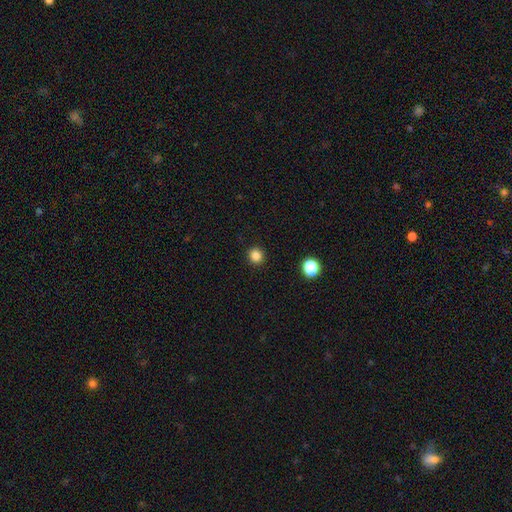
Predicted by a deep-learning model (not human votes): smooth_or_featured: smooth (p=0.84) [alt: star or artifact p=0.12]
how_rounded: round (p=0.92) [alt: in between p=0.07]
merging: none (p=0.93) [alt: minor disturbance p=0.04]